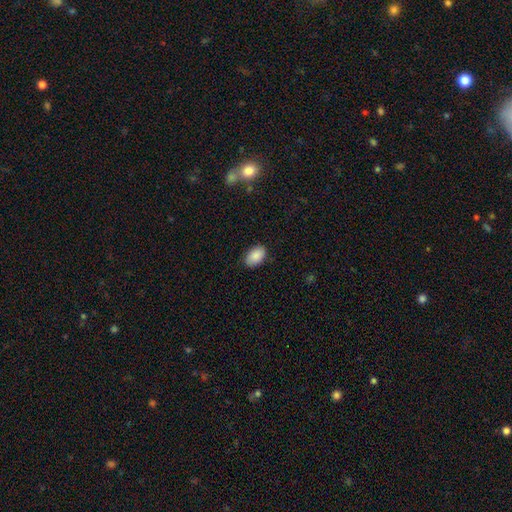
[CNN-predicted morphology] This is clearly a smooth galaxy (89%). How rounded: clearly in between (91%). Merging: clearly none (87%).